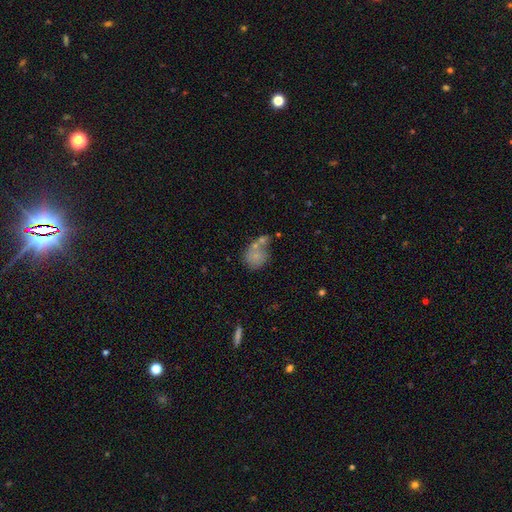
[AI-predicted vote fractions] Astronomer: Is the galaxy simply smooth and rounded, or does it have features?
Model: smooth — 69%.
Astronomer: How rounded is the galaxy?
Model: round — 73%.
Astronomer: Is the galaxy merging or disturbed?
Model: merger — 43% (runner-up: none, 35%).